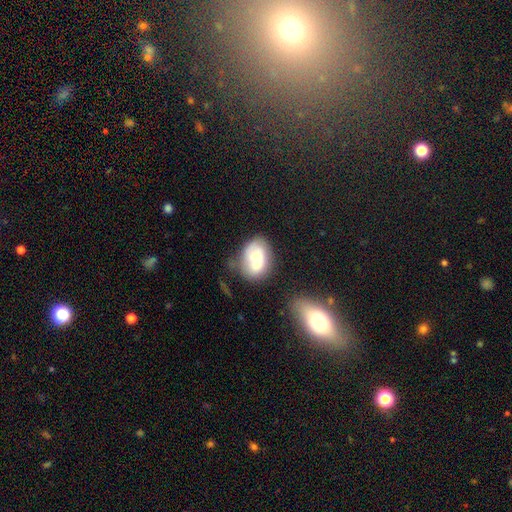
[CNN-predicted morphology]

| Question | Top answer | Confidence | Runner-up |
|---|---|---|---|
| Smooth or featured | smooth | 59% | featured or disk (34%) |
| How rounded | in between | 72% | round (27%) |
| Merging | merger | 41% | none (32%) |